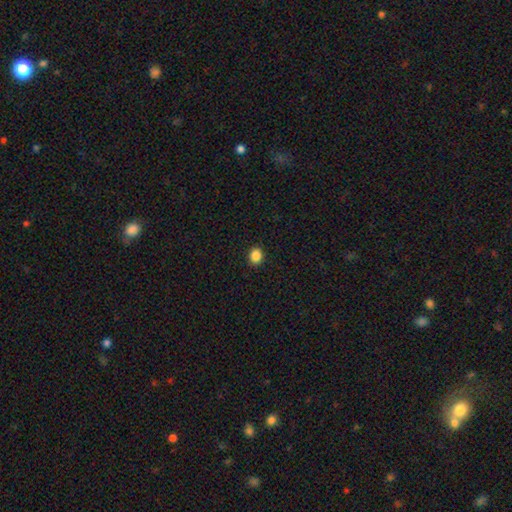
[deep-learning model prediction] The model was most divided on "how rounded": round: 57%, in between: 42%, cigar-shaped: 1%. More confident: merging — none (92%); smooth or featured — smooth (87%).